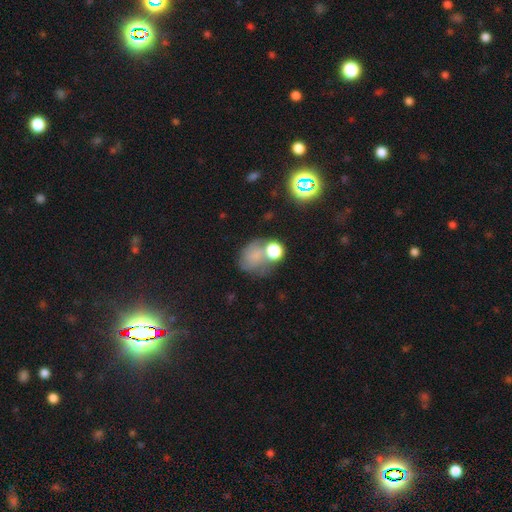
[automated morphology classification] This is likely a smooth galaxy (65%). How rounded: possibly round (55%). Merging: marginally none (36%).